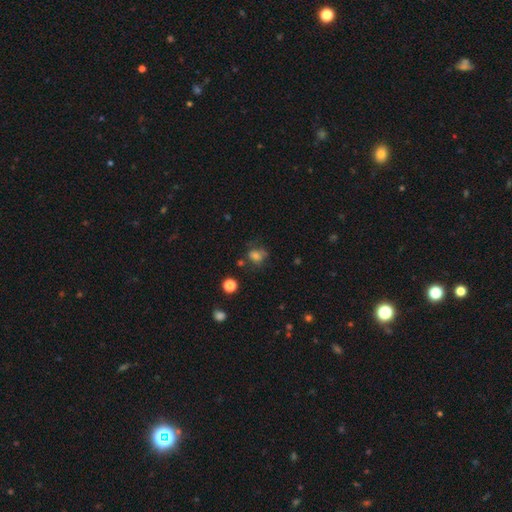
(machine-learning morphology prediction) A smooth galaxy with no disk features (68%) that is round (51%). Merging: none (48%).